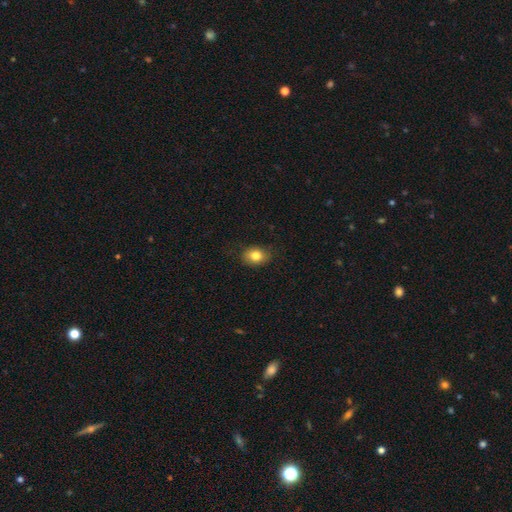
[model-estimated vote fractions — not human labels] Smooth or featured: smooth — 82% (star or artifact — 9%)
How rounded: in between — 67% (round — 31%)
Merging: none — 80% (minor disturbance — 16%)